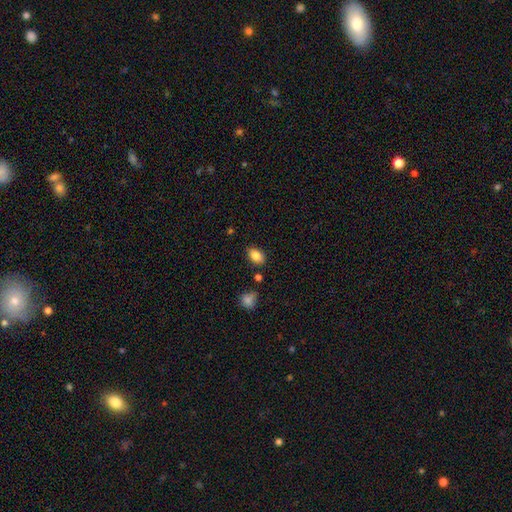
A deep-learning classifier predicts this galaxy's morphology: Smooth or featured? Predicted: smooth (p=0.84). How rounded? Predicted: in between (p=0.84). Merging? Predicted: none (p=0.83).